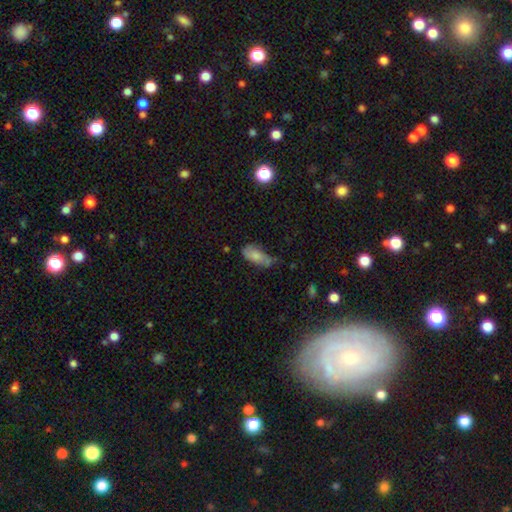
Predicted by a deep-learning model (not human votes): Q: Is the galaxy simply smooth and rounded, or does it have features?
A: smooth — 73%.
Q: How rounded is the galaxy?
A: in between — 86%.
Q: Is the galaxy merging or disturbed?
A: none — 45%.